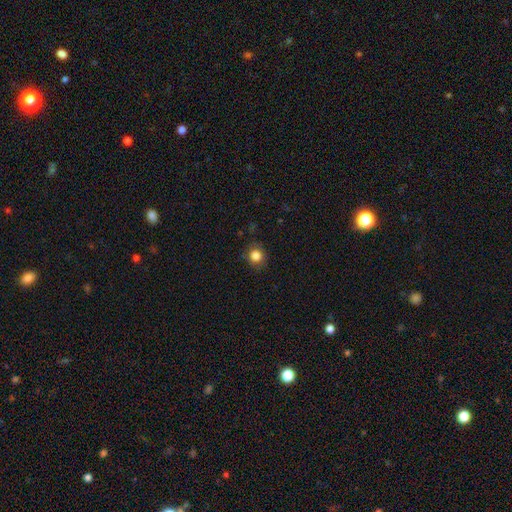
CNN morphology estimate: This is clearly a smooth galaxy (83%). How rounded: clearly round (83%). Merging: clearly none (81%).